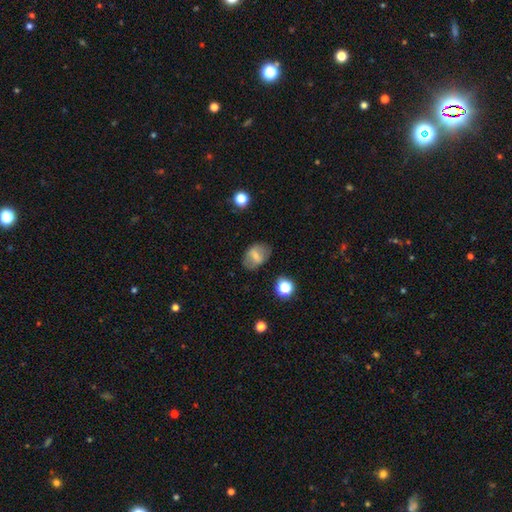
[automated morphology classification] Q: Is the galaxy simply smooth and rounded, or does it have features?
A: smooth — 54%.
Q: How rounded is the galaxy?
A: in between — 77%.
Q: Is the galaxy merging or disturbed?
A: none — 78%.